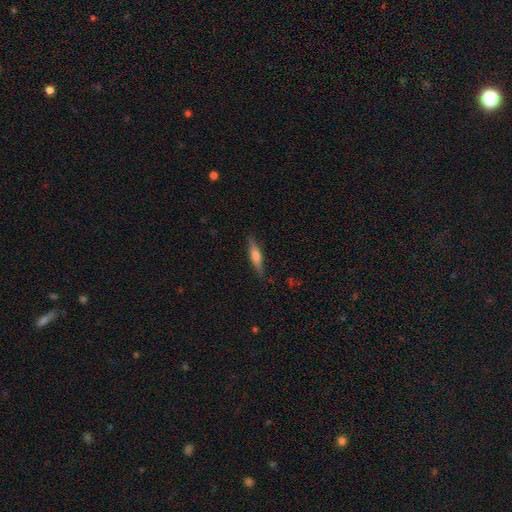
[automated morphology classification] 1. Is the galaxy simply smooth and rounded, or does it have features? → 52% smooth, 42% featured or disk, 6% star or artifact.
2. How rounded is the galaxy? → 81% cigar-shaped, 17% in between, 2% round.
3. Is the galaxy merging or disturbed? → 86% none, 11% minor disturbance, 2% major disturbance, 1% merger.